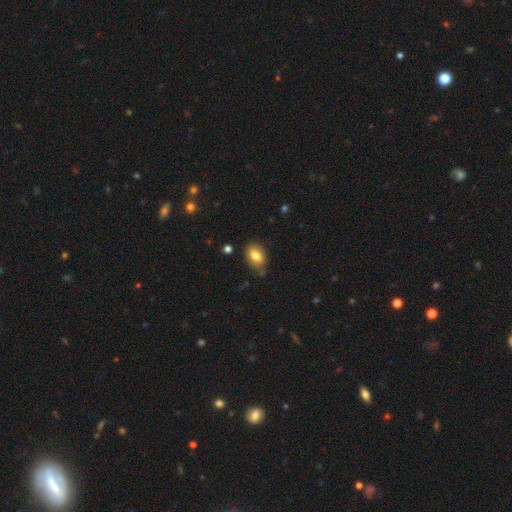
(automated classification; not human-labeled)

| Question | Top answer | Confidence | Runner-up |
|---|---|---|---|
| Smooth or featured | smooth | 80% | featured or disk (12%) |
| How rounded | in between | 82% | round (16%) |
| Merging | none | 71% | minor disturbance (21%) |